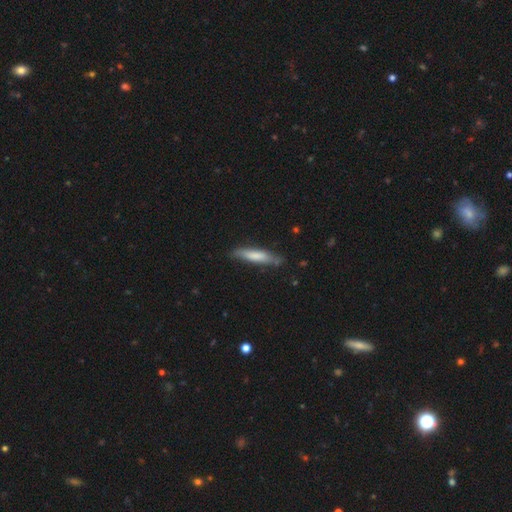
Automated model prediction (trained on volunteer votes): Smooth or featured? Predicted: smooth (p=0.71). How rounded? Predicted: cigar-shaped (p=0.83). Merging? Predicted: none (p=0.78).